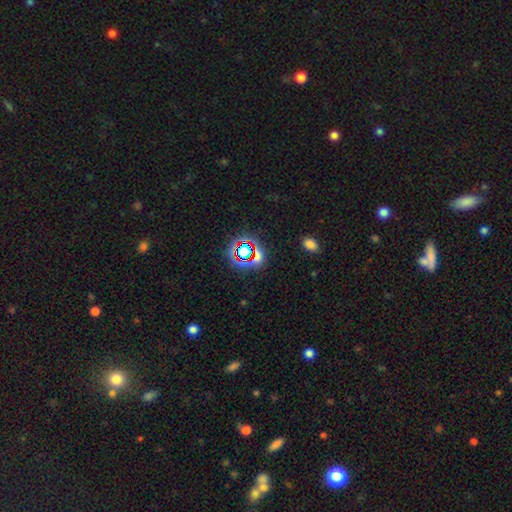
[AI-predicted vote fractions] The model was most divided on "smooth or featured": star or artifact: 63%, smooth: 25%, featured or disk: 11%.